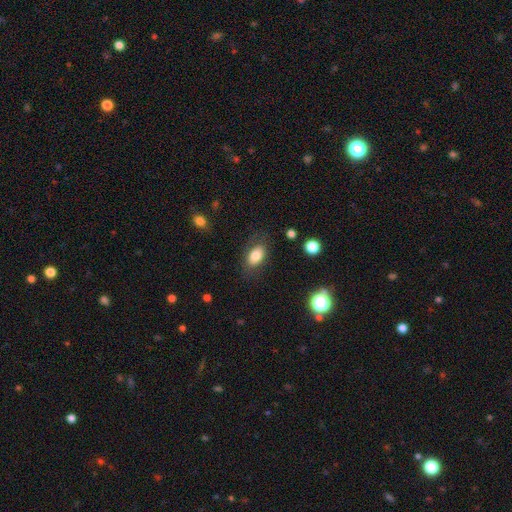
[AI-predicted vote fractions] smooth_or_featured: smooth (p=0.79) [alt: featured or disk p=0.13]
how_rounded: in between (p=0.90) [alt: round p=0.08]
merging: none (p=0.75) [alt: minor disturbance p=0.16]